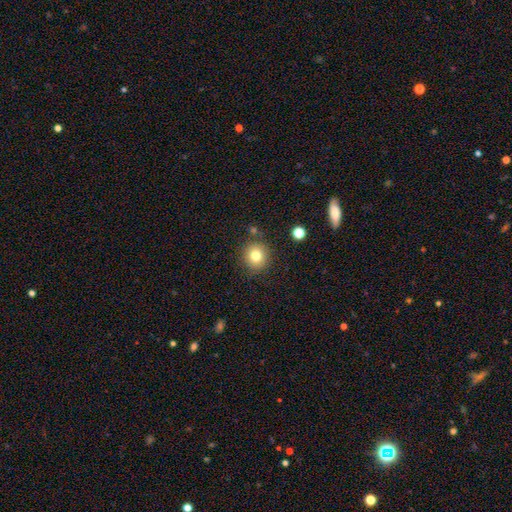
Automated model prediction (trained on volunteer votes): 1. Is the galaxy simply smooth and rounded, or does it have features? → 79% smooth, 12% star or artifact, 9% featured or disk.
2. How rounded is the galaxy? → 90% round, 9% in between, 1% cigar-shaped.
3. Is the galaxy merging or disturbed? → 84% none, 9% minor disturbance, 4% merger, 3% major disturbance.